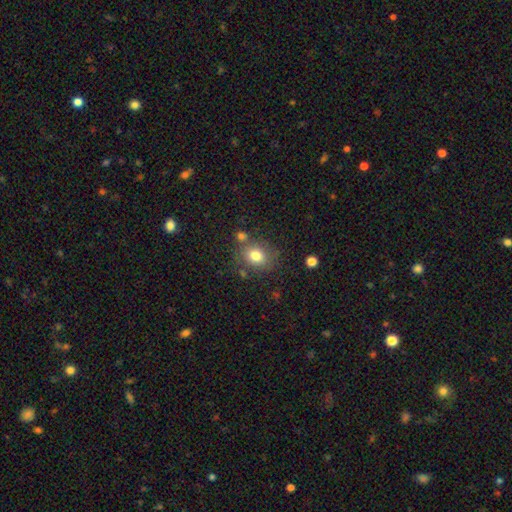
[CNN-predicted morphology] This appears to be a smooth galaxy with no disk features (79%) that is round (62%). Merging: none (71%).